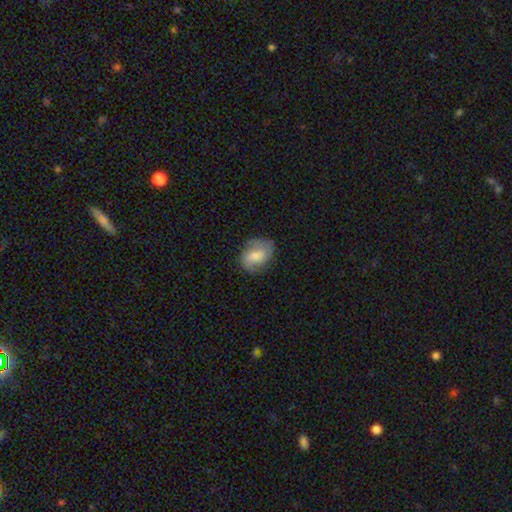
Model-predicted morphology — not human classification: This is possibly a featured or disk galaxy (48%). Merging: likely none (71%).